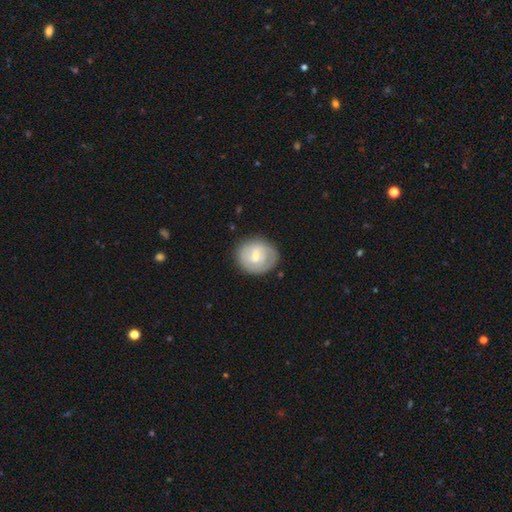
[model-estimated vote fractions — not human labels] featured or disk 55%, smooth 40%, star or artifact 6%. Down the decision tree: edge-on disk — no (97%); bar — weak (57%); spiral arms — yes (73%); bulge size — small (51%); merging — none (79%).